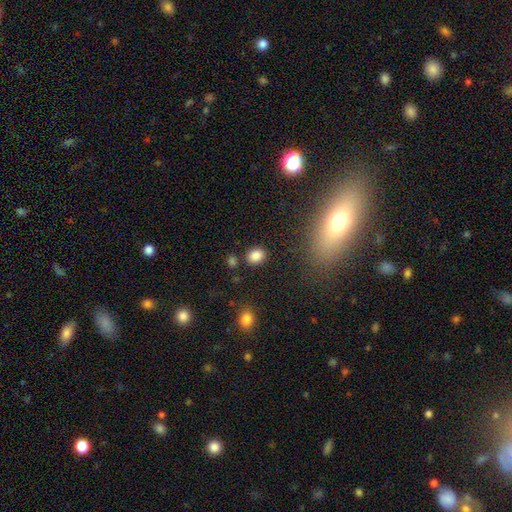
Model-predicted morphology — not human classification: Smooth or featured: smooth — 84% (star or artifact — 11%)
How rounded: round — 60% (in between — 39%)
Merging: none — 84% (minor disturbance — 9%)